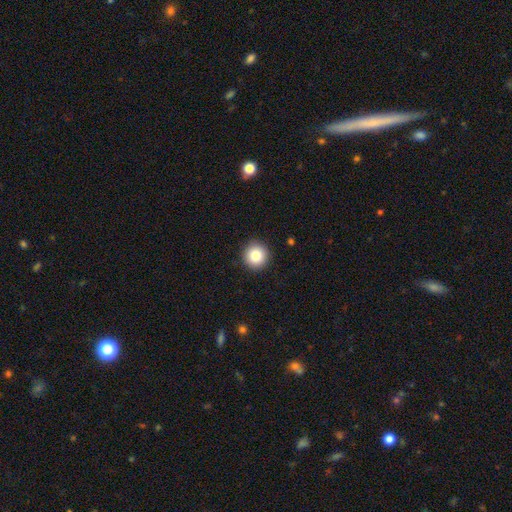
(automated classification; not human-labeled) Smooth or featured? smooth (85%)
How rounded? round (95%)
Merging? none (92%)